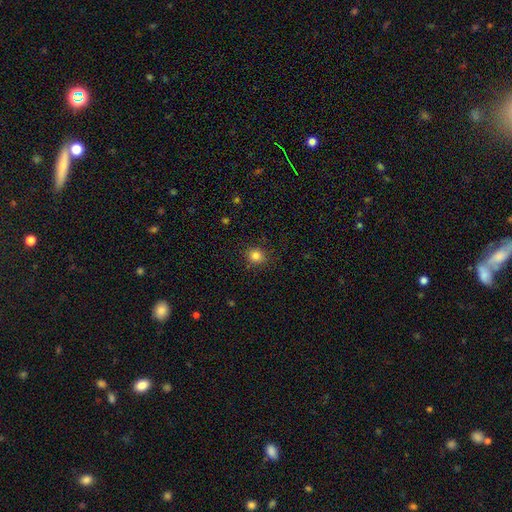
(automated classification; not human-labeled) Overall: smooth (84%). How rounded: round (85%). Merging: none (88%).